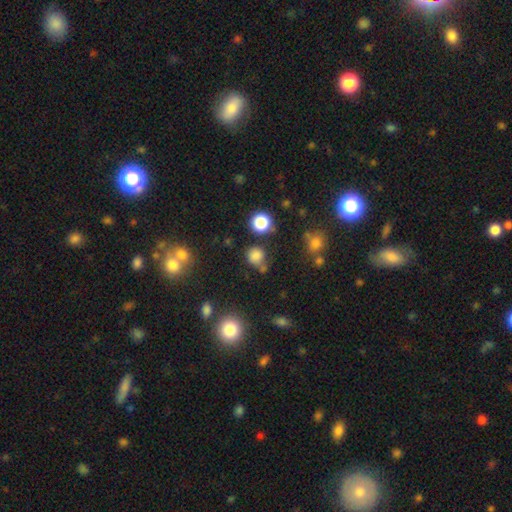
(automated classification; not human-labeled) Q: Smooth or featured?
A: smooth (76%); runner-up: star or artifact (19%)
Q: How rounded?
A: round (82%); runner-up: in between (17%)
Q: Merging?
A: none (64%); runner-up: minor disturbance (17%)